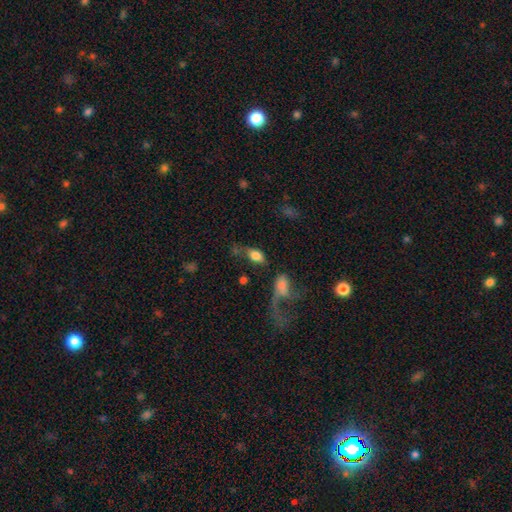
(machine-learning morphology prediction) Smooth or featured? Predicted: smooth (p=0.76). How rounded? Predicted: in between (p=0.87). Merging? Predicted: none (p=0.37).